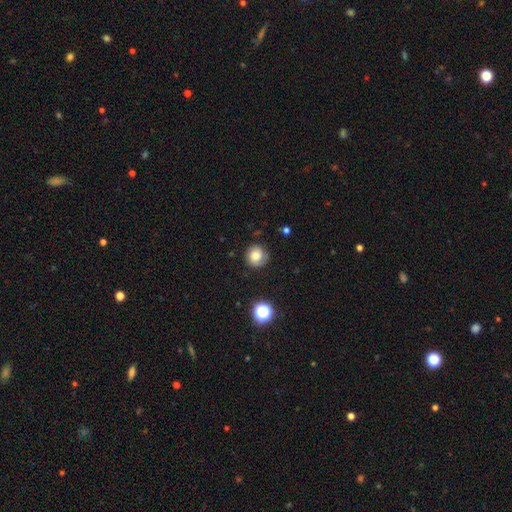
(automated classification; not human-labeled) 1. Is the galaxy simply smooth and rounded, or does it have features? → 73% smooth, 16% featured or disk, 12% star or artifact.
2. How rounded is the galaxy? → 90% round, 9% in between, 1% cigar-shaped.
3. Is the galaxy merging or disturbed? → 78% none, 16% minor disturbance, 5% major disturbance, 2% merger.